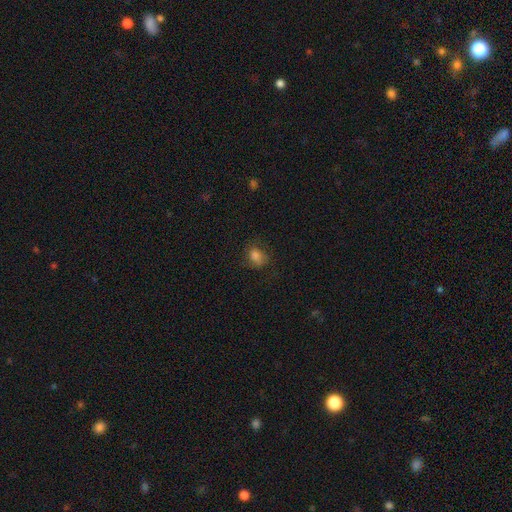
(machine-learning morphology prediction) smooth-or-featured: smooth: 78% | star or artifact: 11% | featured or disk: 10%
  how-rounded: round: 51% | in between: 48% | cigar-shaped: 1%
  merging: none: 64% | minor disturbance: 23% | major disturbance: 11% | merger: 1%